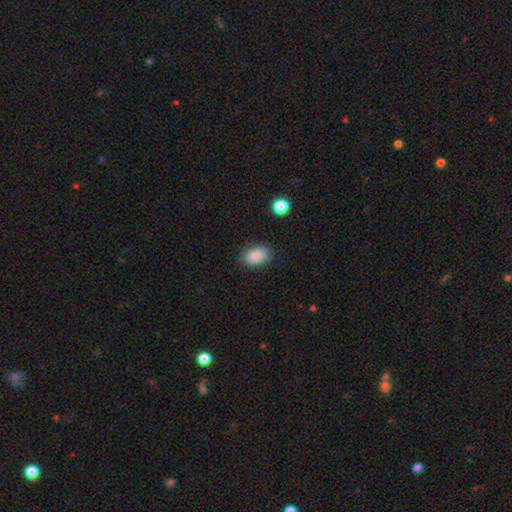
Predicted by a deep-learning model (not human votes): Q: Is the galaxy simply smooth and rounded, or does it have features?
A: smooth — 88%.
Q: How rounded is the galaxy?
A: in between — 85%.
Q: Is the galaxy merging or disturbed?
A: none — 82%.